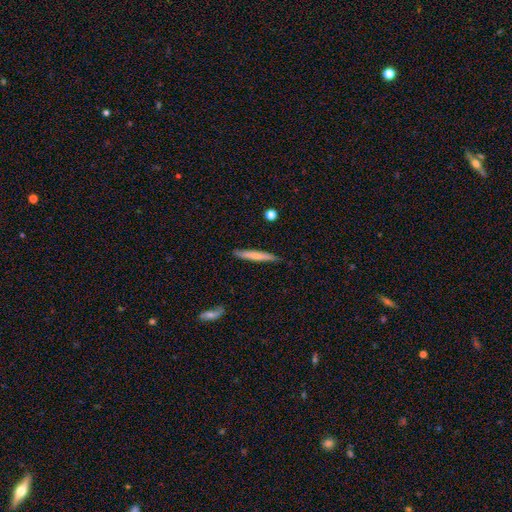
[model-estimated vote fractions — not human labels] Overall: smooth (66%; featured or disk 28%). How rounded: cigar-shaped (95%). Merging: none (88%).